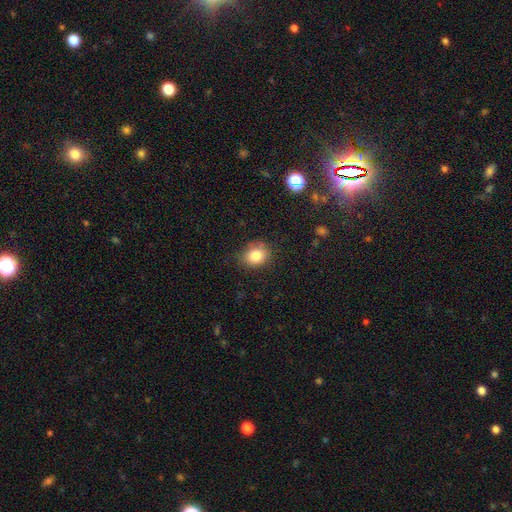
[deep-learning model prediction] Q: Smooth or featured?
A: smooth (83%); runner-up: star or artifact (10%)
Q: How rounded?
A: round (56%); runner-up: in between (43%)
Q: Merging?
A: none (78%); runner-up: minor disturbance (16%)